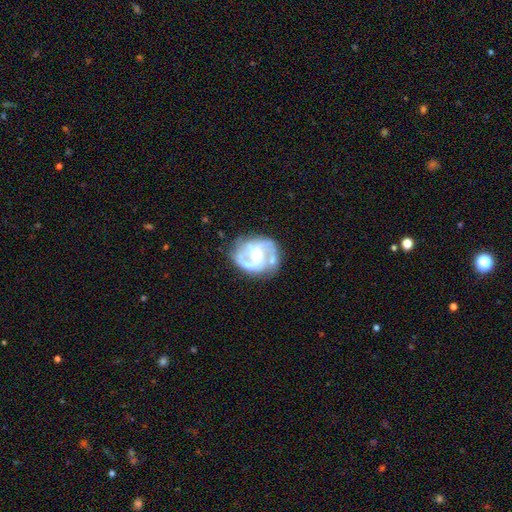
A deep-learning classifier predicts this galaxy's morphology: type=featured or disk (84%); edge-on=no (98%); bar=weak (43%); spiral arms=yes (93%); winding=medium (51%); arm count=2 (77%); bulge=moderate (41%); merging=none (65%).